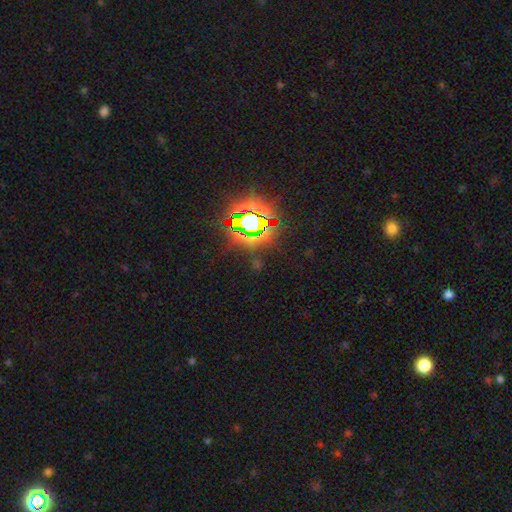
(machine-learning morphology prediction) type=star or artifact (83%).